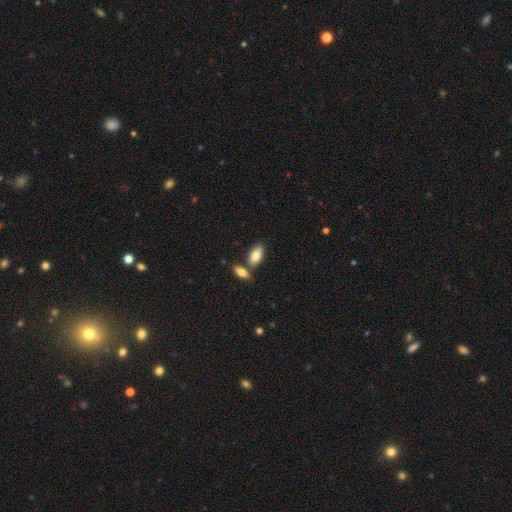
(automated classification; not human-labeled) A smooth galaxy with no disk features (84%) that is in between round and cigar-shaped (92%). Merging: none (63%).